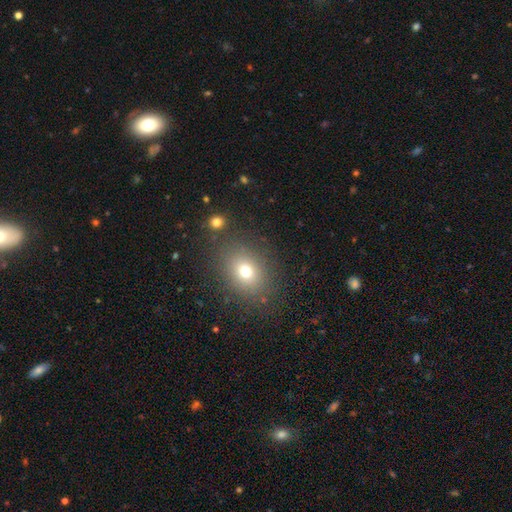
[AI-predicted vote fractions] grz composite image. It shows a smooth galaxy with no disk features (68%) that is in between round and cigar-shaped (56%). Merging: none (85%).